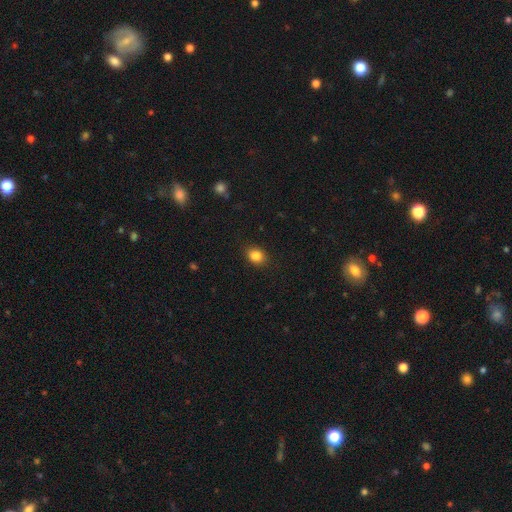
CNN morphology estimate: Overall: smooth (86%). How rounded: in between (56%; round 43%). Merging: none (86%).